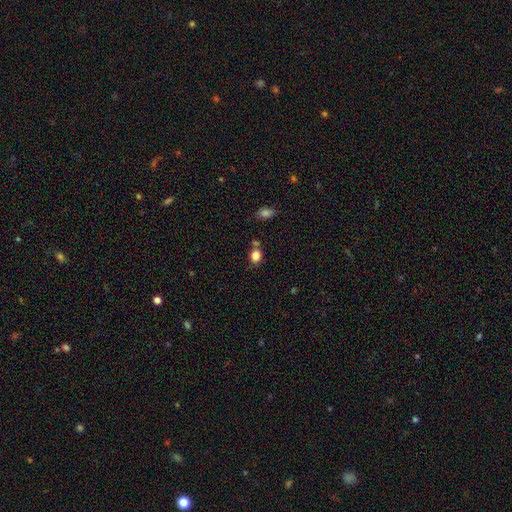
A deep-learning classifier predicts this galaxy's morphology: Q: Smooth or featured?
A: smooth (83%); runner-up: star or artifact (12%)
Q: How rounded?
A: round (61%); runner-up: in between (38%)
Q: Merging?
A: none (66%); runner-up: minor disturbance (15%)